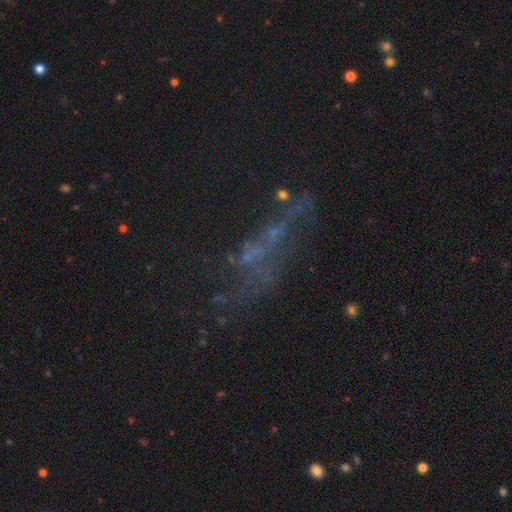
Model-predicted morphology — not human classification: Overall: featured or disk (45%; star or artifact 33%). Merging: none (42%; major disturbance 33%).